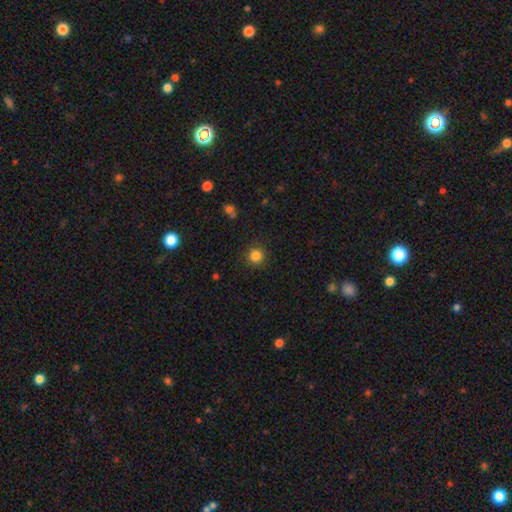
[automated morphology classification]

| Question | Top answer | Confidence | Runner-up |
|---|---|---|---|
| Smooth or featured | smooth | 84% | star or artifact (12%) |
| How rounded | round | 94% | in between (5%) |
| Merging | none | 90% | minor disturbance (6%) |